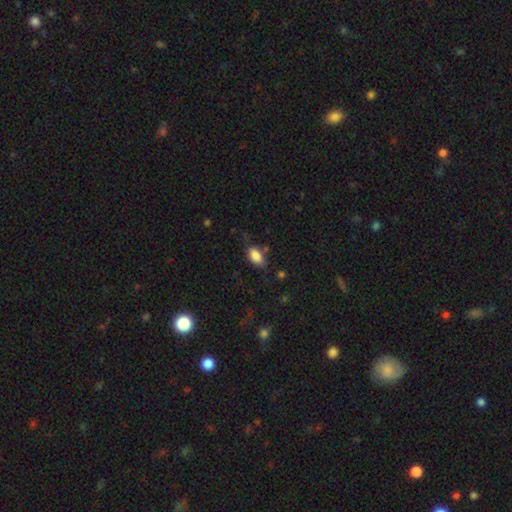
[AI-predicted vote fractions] Q: Smooth or featured?
A: smooth (86%); runner-up: star or artifact (8%)
Q: How rounded?
A: in between (91%); runner-up: round (4%)
Q: Merging?
A: none (74%); runner-up: minor disturbance (19%)